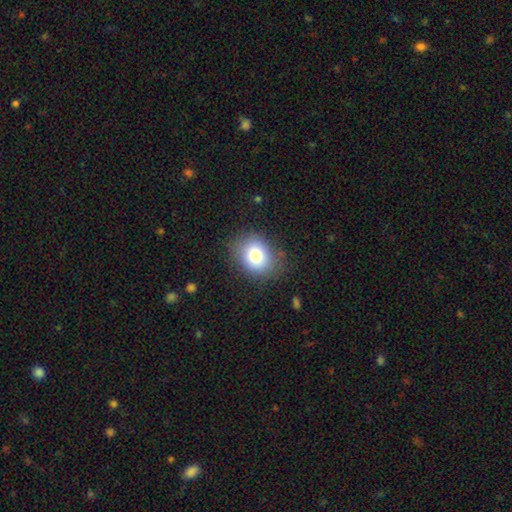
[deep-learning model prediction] smooth_or_featured: smooth (p=0.80) [alt: featured or disk p=0.10]
how_rounded: in between (p=0.50) [alt: round p=0.49]
merging: none (p=0.80) [alt: minor disturbance p=0.14]